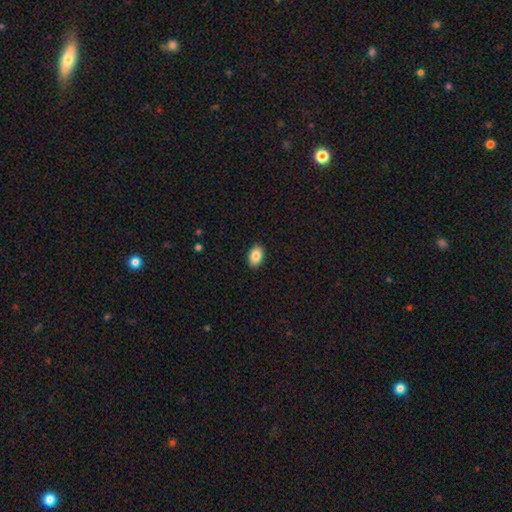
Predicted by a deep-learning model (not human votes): A smooth galaxy with no disk features (86%) that is in between round and cigar-shaped (87%). Merging: none (90%).